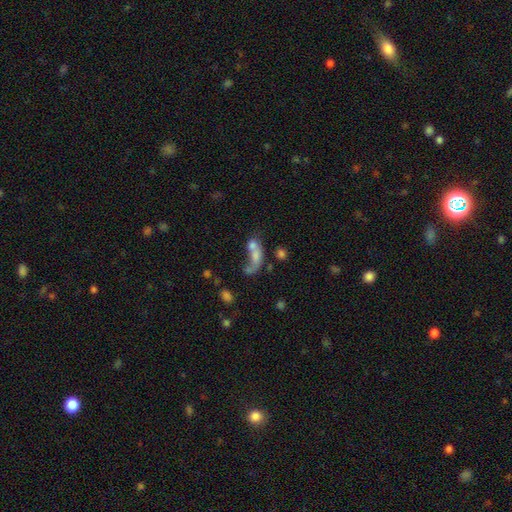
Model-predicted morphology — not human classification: Smooth or featured? Predicted: smooth (p=0.54). How rounded? Predicted: in between (p=0.61). Merging? Predicted: merger (p=0.55).